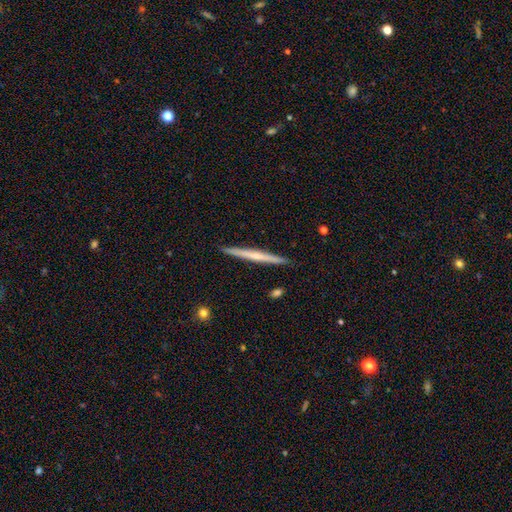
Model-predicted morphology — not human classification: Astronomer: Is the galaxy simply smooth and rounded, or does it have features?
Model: featured or disk — 57% (runner-up: smooth, 37%).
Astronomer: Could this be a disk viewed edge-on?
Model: yes — 98%.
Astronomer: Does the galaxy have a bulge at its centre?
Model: none — 60% (runner-up: rounded, 35%).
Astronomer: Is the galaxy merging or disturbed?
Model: none — 92%.